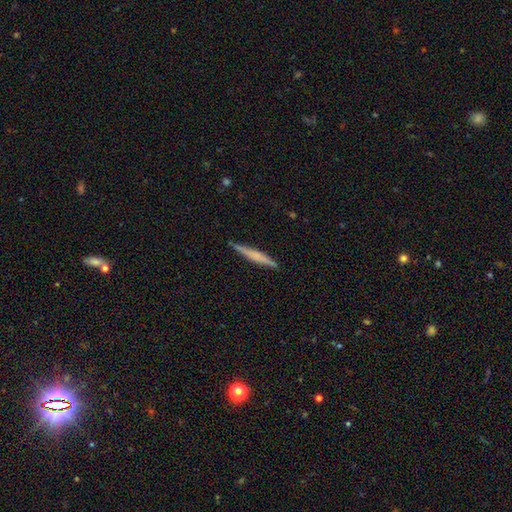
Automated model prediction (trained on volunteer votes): Overall: featured or disk (53%; smooth 42%). Edge-on disk: yes (97%). Edge-on bulge: none (41%; rounded 38%). Merging: none (88%).